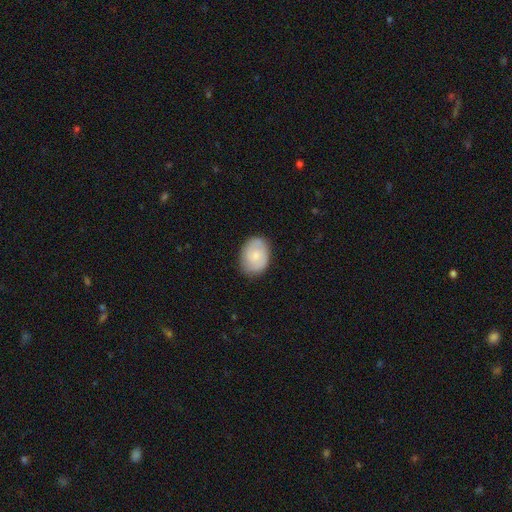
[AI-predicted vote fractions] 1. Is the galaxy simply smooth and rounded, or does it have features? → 48% featured or disk, 45% smooth, 6% star or artifact.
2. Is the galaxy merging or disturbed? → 81% none, 15% minor disturbance, 3% major disturbance, 1% merger.